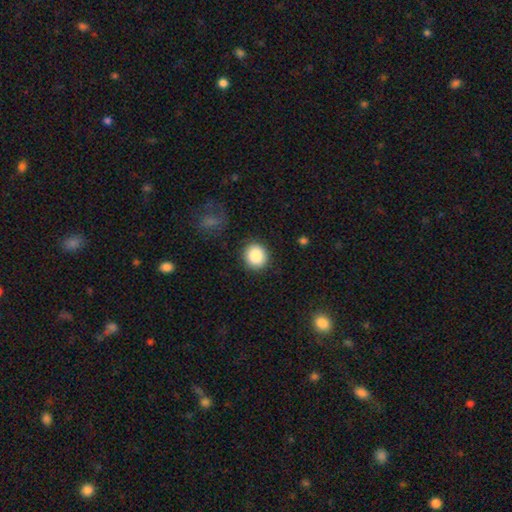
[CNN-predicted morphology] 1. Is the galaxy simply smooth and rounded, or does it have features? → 87% smooth, 8% star or artifact, 4% featured or disk.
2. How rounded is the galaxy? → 88% round, 11% in between, 1% cigar-shaped.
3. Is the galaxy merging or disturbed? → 89% none, 7% minor disturbance, 3% major disturbance, 1% merger.